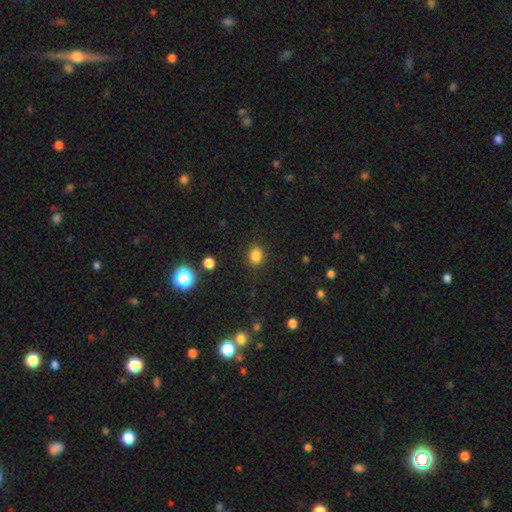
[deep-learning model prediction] smooth_or_featured: smooth (p=0.83) [alt: star or artifact p=0.13]
how_rounded: round (p=0.65) [alt: in between p=0.34]
merging: none (p=0.88) [alt: minor disturbance p=0.08]